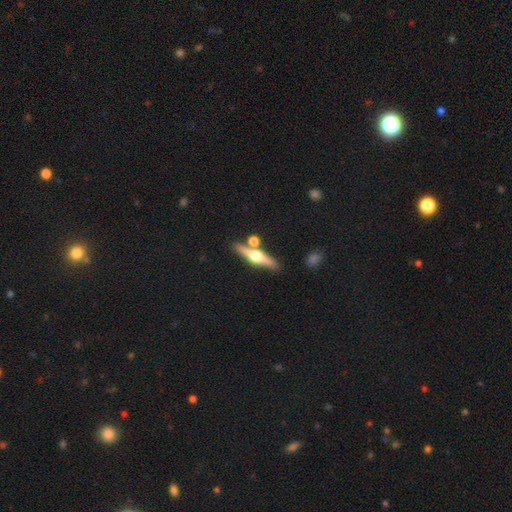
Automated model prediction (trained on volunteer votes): This appears to be a featured or disk galaxy (72%) viewed edge-on (96%) with a rounded central bulge (96%). Merging: none (78%).